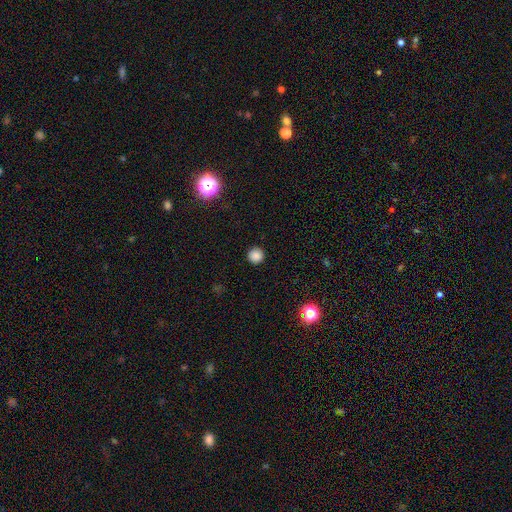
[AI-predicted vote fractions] Smooth or featured? Predicted: smooth (p=0.85). How rounded? Predicted: round (p=0.96). Merging? Predicted: none (p=0.93).